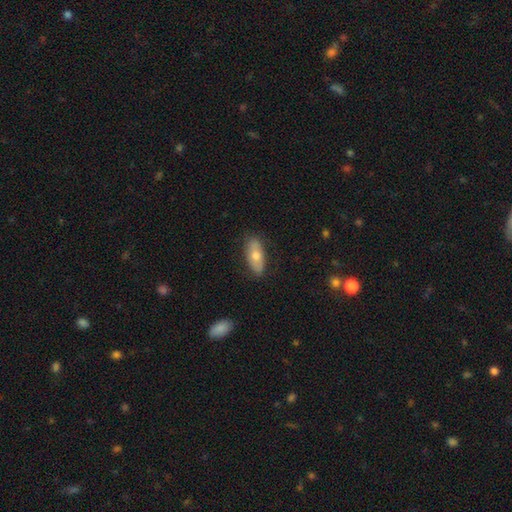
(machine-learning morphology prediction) The model was most divided on "smooth or featured": smooth: 66%, featured or disk: 28%, star or artifact: 6%. More confident: how rounded — in between (82%); merging — none (81%).